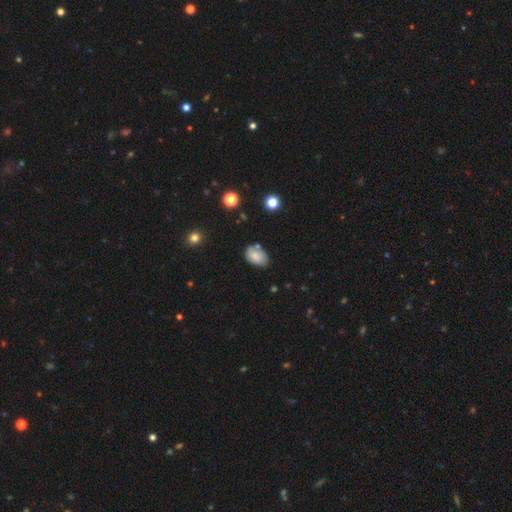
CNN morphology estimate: A smooth galaxy with no disk features (78%) that is in between round and cigar-shaped (86%).

Vote fractions:
- Smooth or featured? smooth: 78% / featured or disk: 13% / star or artifact: 9%
- How rounded? in between: 86% / round: 13% / cigar-shaped: 1%
- Merging? none: 60% / minor disturbance: 25% / merger: 9% / major disturbance: 5%